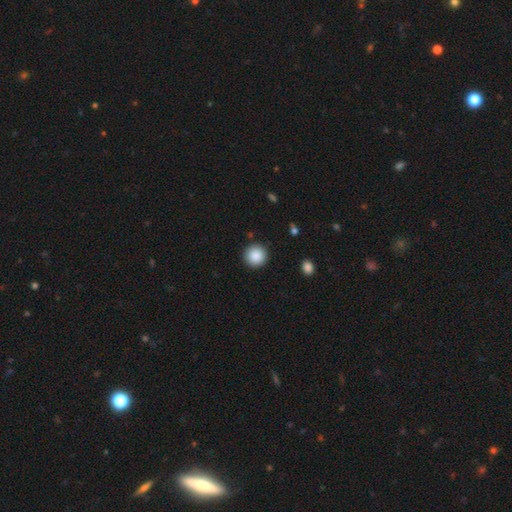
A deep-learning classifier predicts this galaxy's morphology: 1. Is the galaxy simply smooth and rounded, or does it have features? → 88% smooth, 9% star or artifact, 4% featured or disk.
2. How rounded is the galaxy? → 95% round, 4% in between, 1% cigar-shaped.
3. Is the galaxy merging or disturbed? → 91% none, 6% minor disturbance, 2% major disturbance, 1% merger.